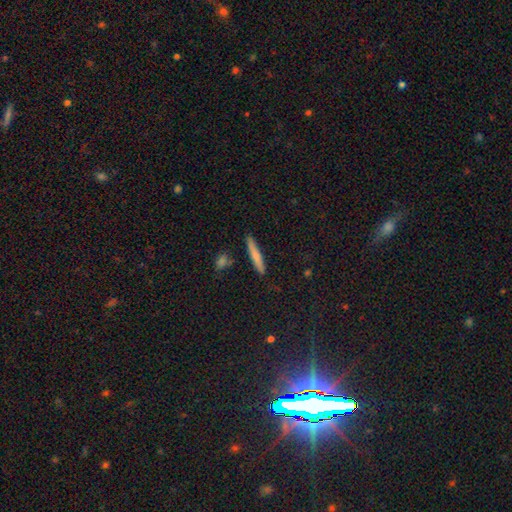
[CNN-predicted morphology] Overall: smooth (70%). How rounded: cigar-shaped (93%). Merging: none (86%).